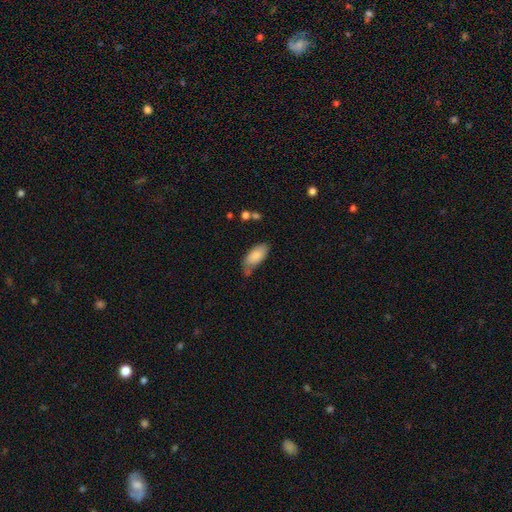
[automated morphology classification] smooth 82%, featured or disk 11%, star or artifact 7%. Down the decision tree: how rounded — in between (90%); merging — none (45%).